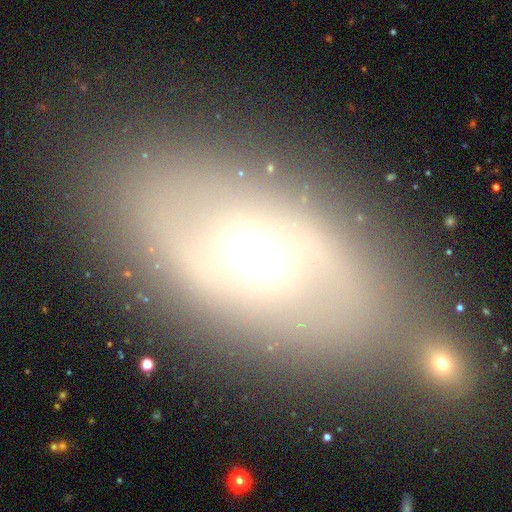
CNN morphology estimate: A smooth galaxy with no disk features (46%). Merging: none (78%).